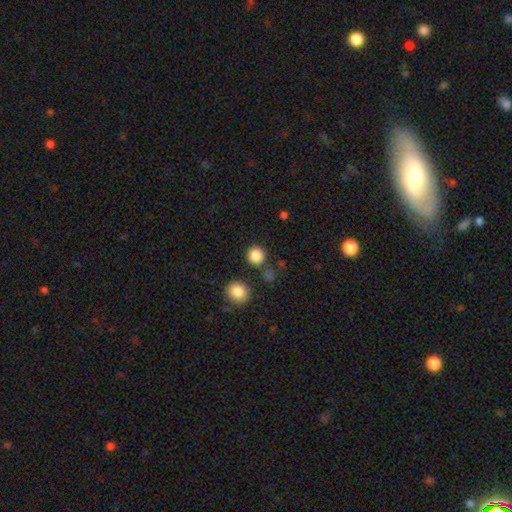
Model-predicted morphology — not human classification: Smooth or featured? Predicted: smooth (p=0.86). How rounded? Predicted: round (p=0.93). Merging? Predicted: none (p=0.83).